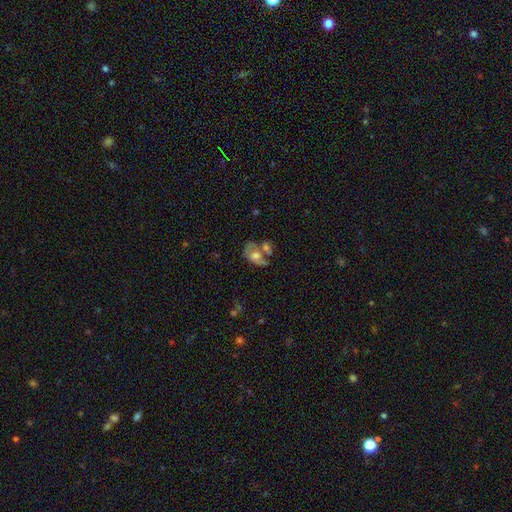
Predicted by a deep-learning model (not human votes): A smooth galaxy with no disk features (48%). Merging: merger (44%).